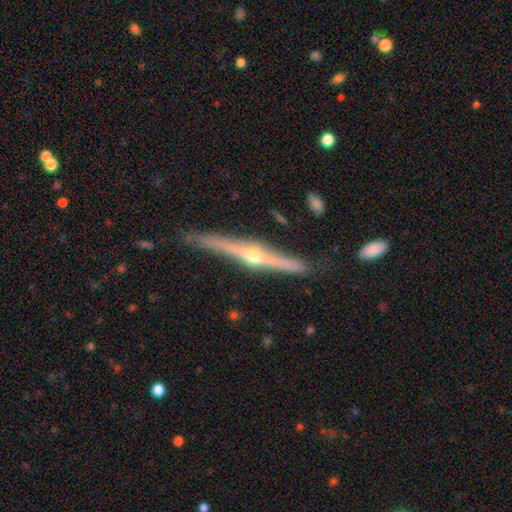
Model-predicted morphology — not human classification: type=featured or disk (84%); edge-on=yes (98%); edge-on bulge=rounded (94%); merging=none (83%).